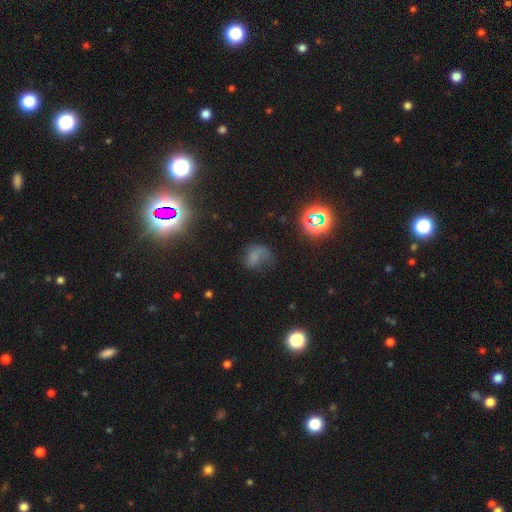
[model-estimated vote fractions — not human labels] The model was most divided on "merging": major disturbance: 40%, none: 31%, minor disturbance: 23%, merger: 5%. Remaining: smooth or featured — smooth (46%).